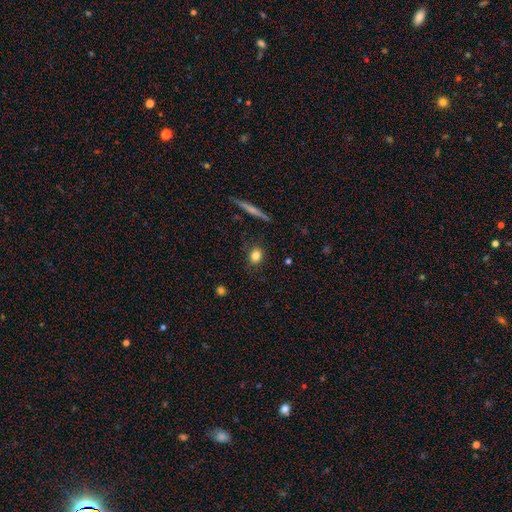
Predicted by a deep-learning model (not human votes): smooth-or-featured: smooth: 82% | star or artifact: 9% | featured or disk: 9%
  how-rounded: round: 61% | in between: 36% | cigar-shaped: 3%
  merging: none: 85% | minor disturbance: 10% | major disturbance: 3% | merger: 2%